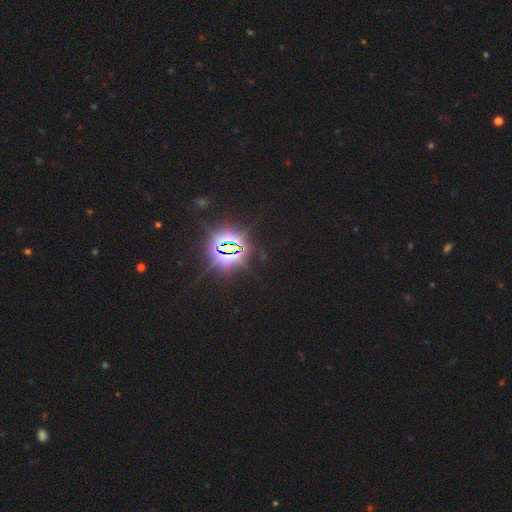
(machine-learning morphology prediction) smooth-or-featured: star or artifact: 85% | smooth: 10% | featured or disk: 5%